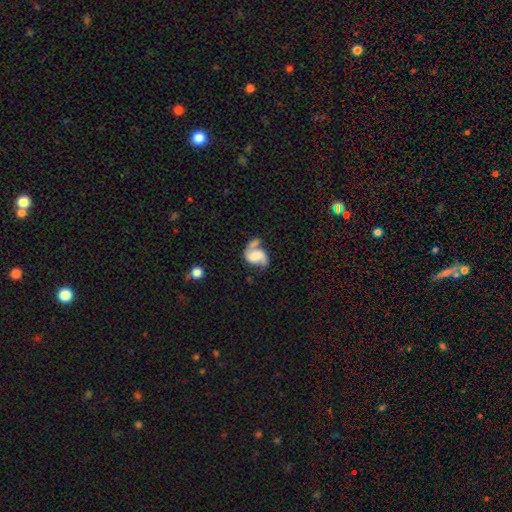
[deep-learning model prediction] Overall: featured or disk (65%; smooth 27%). Edge-on disk: no (98%). Bar: no (57%; weak 29%). Spiral arms: yes (86%). Spiral arm count: 2 (79%). Spiral winding: loose (47%; medium 37%). Bulge size: none (48%; large 17%). Merging: none (33%; merger 25%).